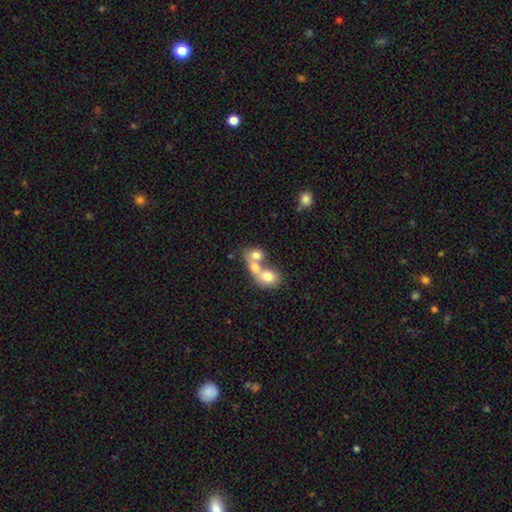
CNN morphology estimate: smooth-or-featured: smooth: 68% | featured or disk: 21% | star or artifact: 11%
  how-rounded: round: 54% | in between: 45% | cigar-shaped: 2%
  merging: merger: 69% | none: 21% | minor disturbance: 6% | major disturbance: 4%